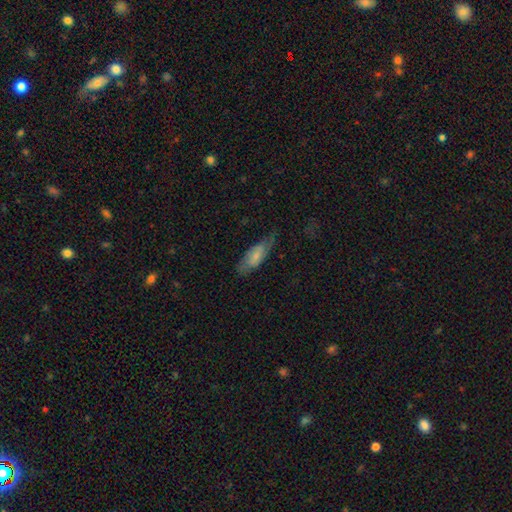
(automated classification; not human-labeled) Overall: smooth (64%; featured or disk 29%). How rounded: in between (68%; cigar-shaped 30%). Merging: none (57%; minor disturbance 29%).